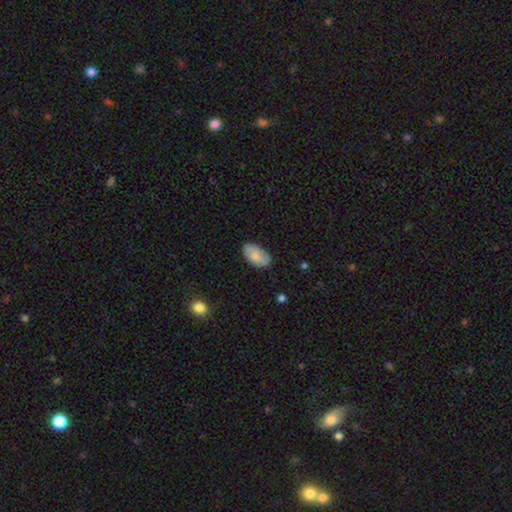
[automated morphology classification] smooth 79%, featured or disk 14%, star or artifact 6%. Down the decision tree: how rounded — in between (95%); merging — none (77%).